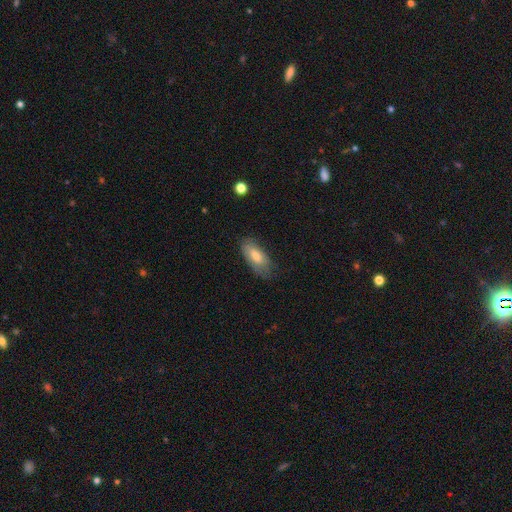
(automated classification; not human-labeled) Morphology: type=smooth (70%); roundness=in between (84%); merging=none (68%).